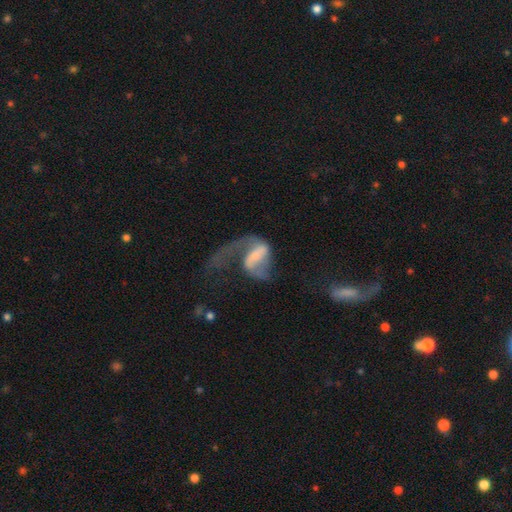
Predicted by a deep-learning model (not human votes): A featured or disk galaxy (72%) with a weak bar (41%), 2 (55%) loose (72%) spiral arms (79%) and a small central bulge (42%).

Vote fractions:
- Smooth or featured? featured or disk: 72% / smooth: 21% / star or artifact: 7%
- Edge-on disk? no: 96% / yes: 4%
- Bar? weak: 41% / strong: 31% / no: 28%
- Spiral arms? yes: 79% / no: 21%
- Spiral winding? loose: 72% / medium: 23% / tight: 6%
- Spiral arm count? 2: 55% / 1: 36% / can't tell: 5% / 3: 1% / 4: 1% / more than 4: 1%
- Bulge size? small: 42% / moderate: 28% / none: 20% / large: 8% / dominant: 2%
- Merging? major disturbance: 62% / none: 20% / minor disturbance: 11% / merger: 7%